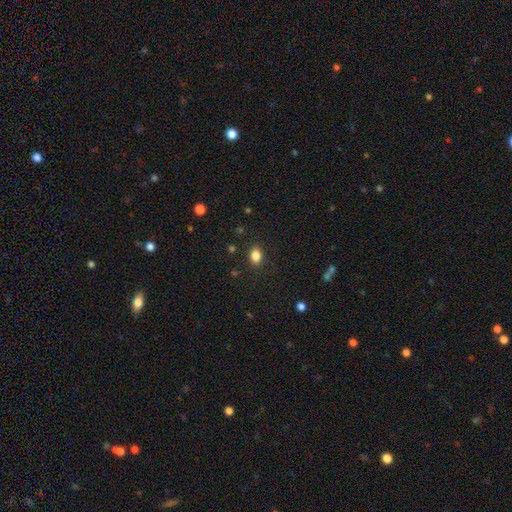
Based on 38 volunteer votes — smooth_or_featured: smooth (p=0.92) [alt: star or artifact p=0.08]
how_rounded: in between (p=0.69) [alt: round p=0.31]
merging: none (p=0.89) [alt: minor disturbance p=0.06]